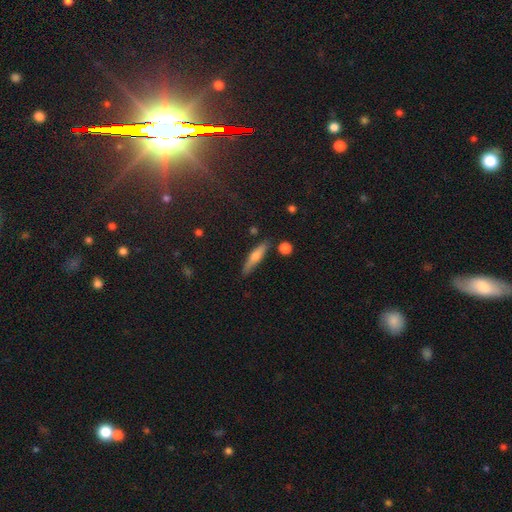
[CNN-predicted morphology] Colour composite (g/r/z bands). It shows a smooth galaxy with no disk features (53%) that is cigar-shaped (81%). Merging: none (83%).